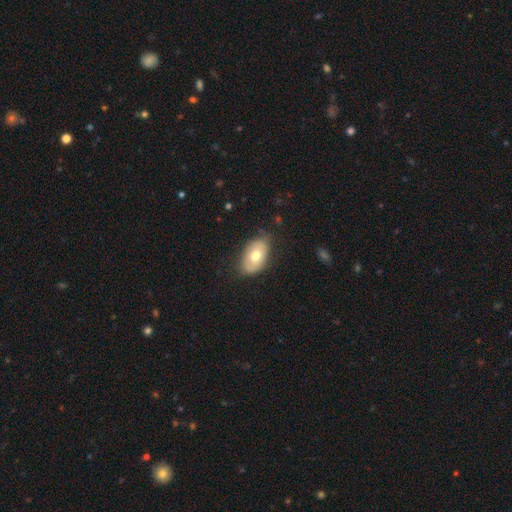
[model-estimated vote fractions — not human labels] Overall: smooth (64%; featured or disk 29%). How rounded: in between (92%). Merging: none (73%).